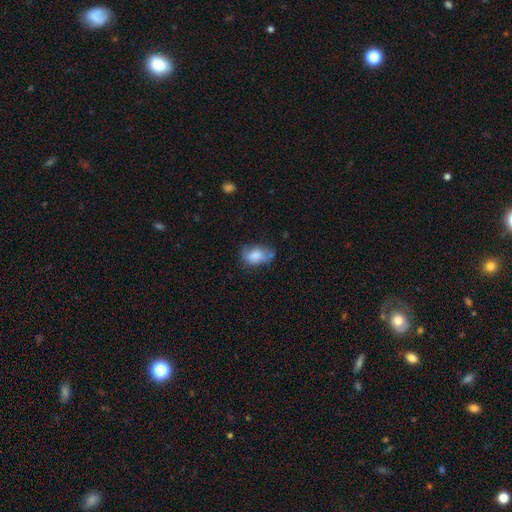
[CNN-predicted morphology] type=smooth (75%); roundness=in between (86%); merging=none (43%).